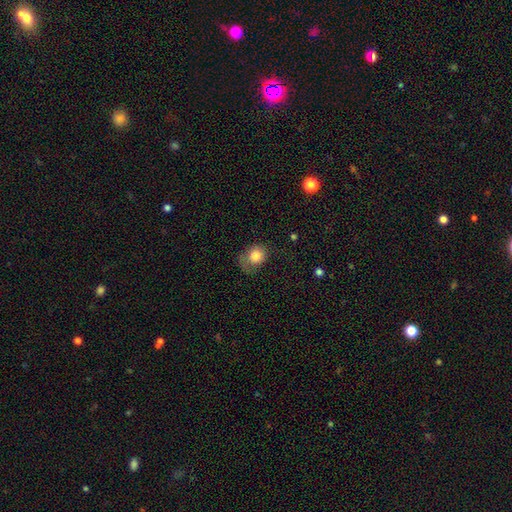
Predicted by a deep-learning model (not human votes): This is clearly a smooth galaxy (80%). How rounded: likely round (63%). Merging: marginally none (42%).